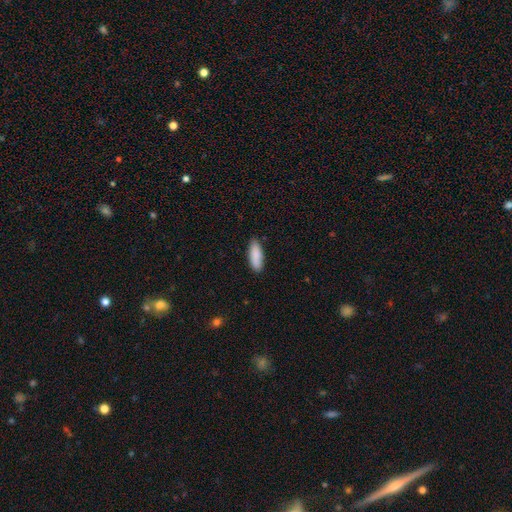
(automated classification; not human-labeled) A smooth galaxy with no disk features (89%) that is in between round and cigar-shaped (66%).

Vote fractions:
- Smooth or featured? smooth: 89% / star or artifact: 6% / featured or disk: 5%
- How rounded? in between: 66% / cigar-shaped: 33% / round: 2%
- Merging? none: 87% / minor disturbance: 10% / major disturbance: 2% / merger: 1%